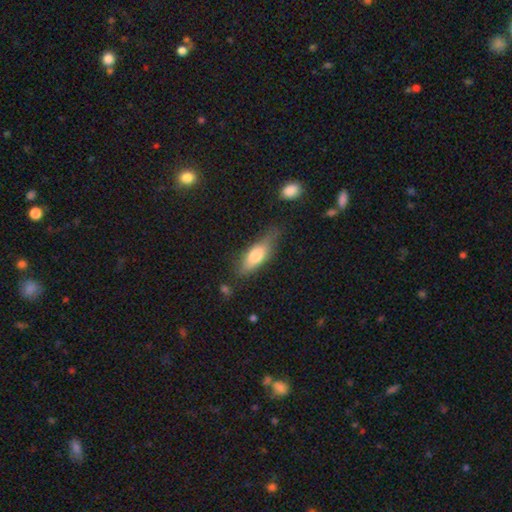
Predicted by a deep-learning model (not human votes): smooth_or_featured: smooth (p=0.72) [alt: featured or disk p=0.22]
how_rounded: in between (p=0.68) [alt: cigar-shaped p=0.29]
merging: none (p=0.57) [alt: minor disturbance p=0.30]